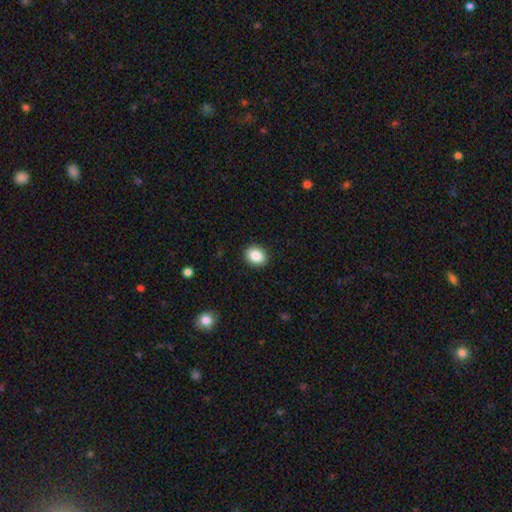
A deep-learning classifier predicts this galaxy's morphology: smooth 86%, star or artifact 8%, featured or disk 6%. Down the decision tree: how rounded — round (54%); merging — none (91%).